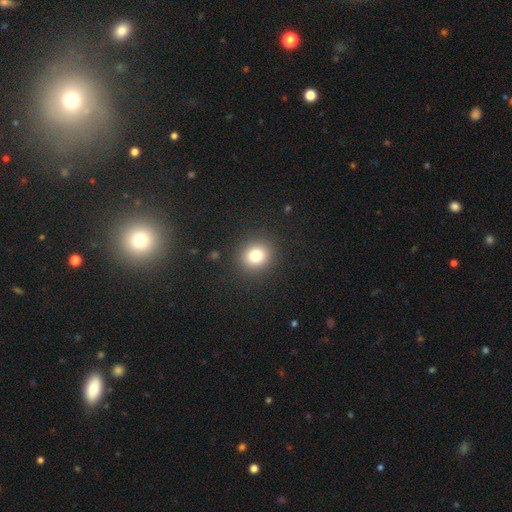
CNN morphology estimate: Smooth or featured? Predicted: smooth (p=0.79). How rounded? Predicted: round (p=0.81). Merging? Predicted: none (p=0.90).